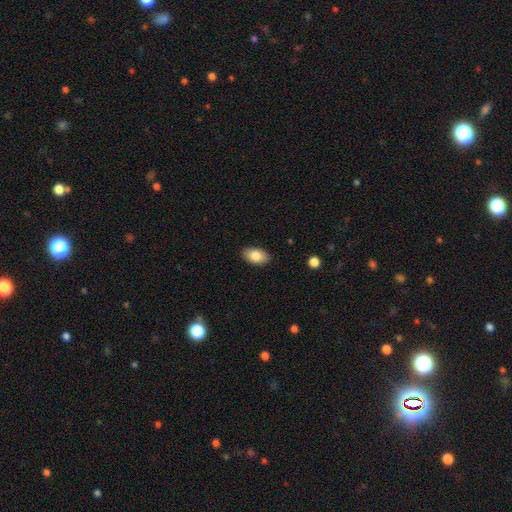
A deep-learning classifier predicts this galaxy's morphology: Smooth or featured? Predicted: smooth (p=0.84). How rounded? Predicted: in between (p=0.93). Merging? Predicted: none (p=0.88).